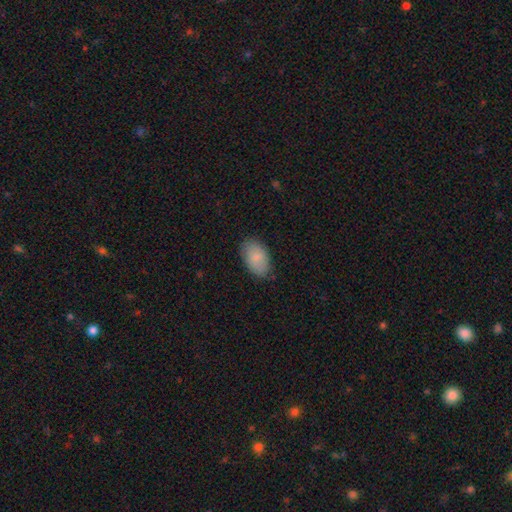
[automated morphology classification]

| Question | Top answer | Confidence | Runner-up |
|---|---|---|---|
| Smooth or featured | smooth | 85% | featured or disk (9%) |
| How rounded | in between | 92% | round (6%) |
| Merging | none | 81% | minor disturbance (15%) |